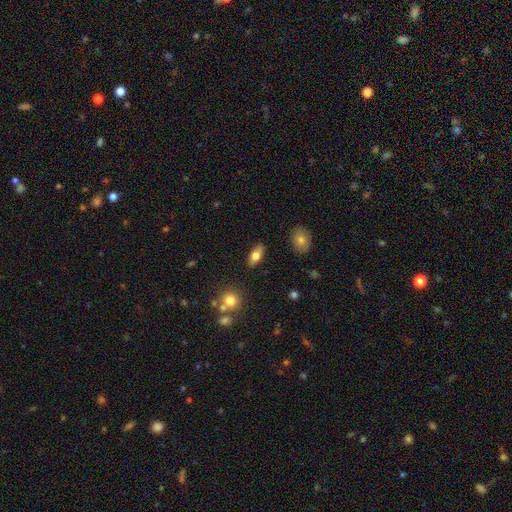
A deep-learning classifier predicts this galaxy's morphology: smooth-or-featured: smooth: 72% | featured or disk: 20% | star or artifact: 7%
  how-rounded: in between: 85% | cigar-shaped: 10% | round: 5%
  merging: none: 87% | minor disturbance: 9% | major disturbance: 2% | merger: 2%